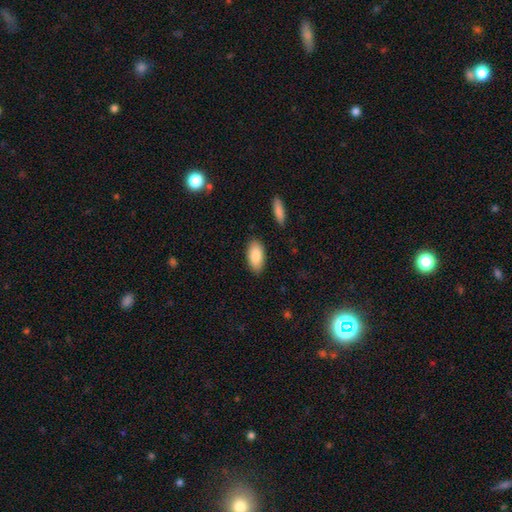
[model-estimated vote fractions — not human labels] This appears to be a smooth galaxy with no disk features (88%) that is in between round and cigar-shaped (93%). Merging: none (86%).